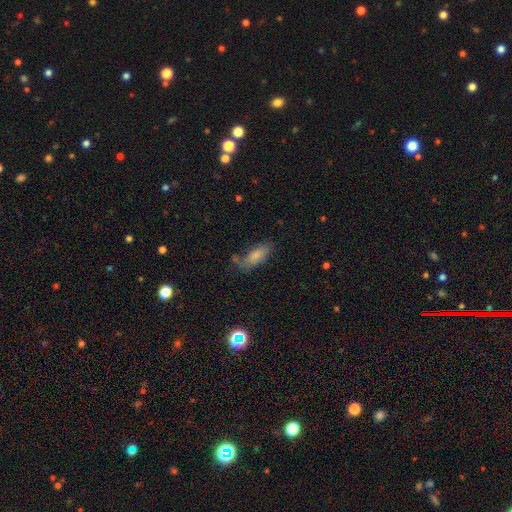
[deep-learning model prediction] Overall: smooth (75%). How rounded: in between (81%). Merging: none (53%; minor disturbance 27%).